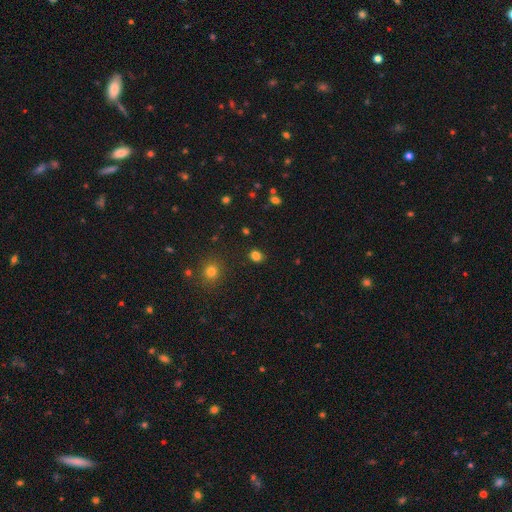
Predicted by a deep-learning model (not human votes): Smooth or featured? smooth (80%)
How rounded? round (56%)
Merging? none (83%)